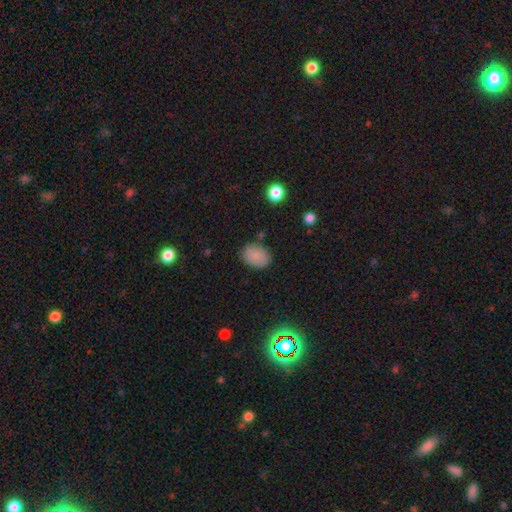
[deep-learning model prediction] This is clearly a smooth galaxy (86%). How rounded: likely in between (74%). Merging: clearly none (82%).